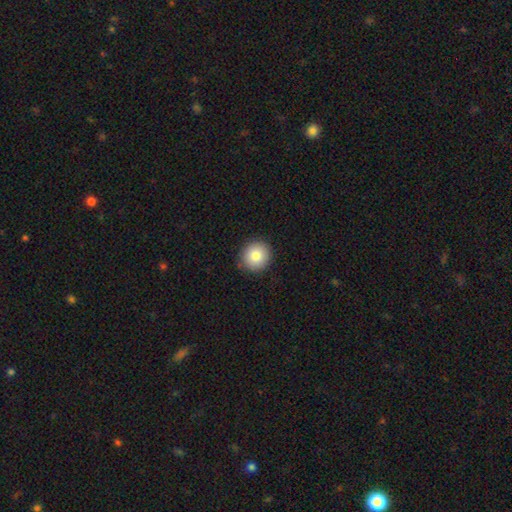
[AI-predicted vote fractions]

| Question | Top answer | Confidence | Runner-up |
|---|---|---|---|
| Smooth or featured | smooth | 83% | star or artifact (9%) |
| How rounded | round | 92% | in between (8%) |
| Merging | none | 91% | minor disturbance (7%) |